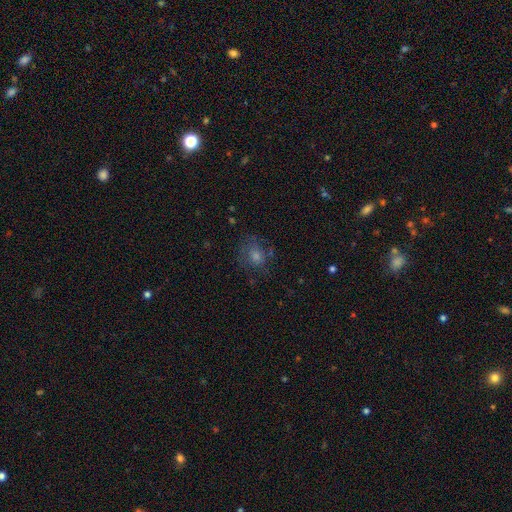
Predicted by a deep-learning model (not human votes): Overall: smooth (49%; featured or disk 26%). Merging: none (69%).